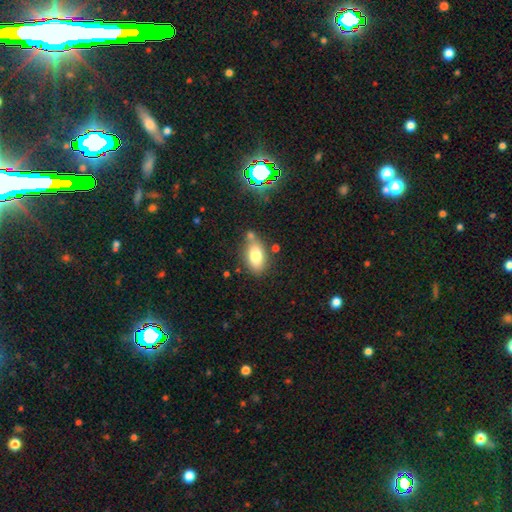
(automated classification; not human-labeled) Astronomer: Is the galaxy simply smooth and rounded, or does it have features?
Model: smooth — 75%.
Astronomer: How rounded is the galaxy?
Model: in between — 87%.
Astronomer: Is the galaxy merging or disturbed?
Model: none — 68%.